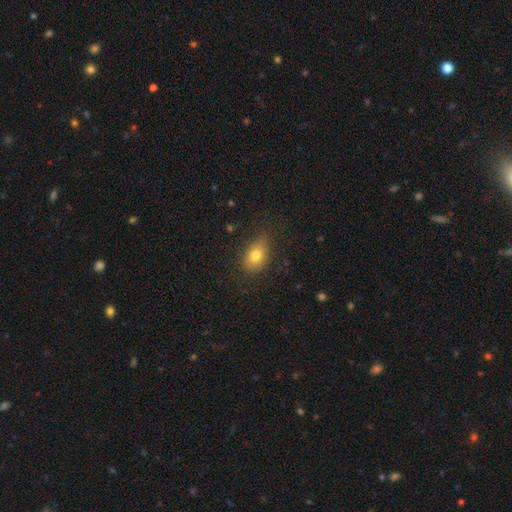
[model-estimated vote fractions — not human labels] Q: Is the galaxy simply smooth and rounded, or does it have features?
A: smooth — 77%.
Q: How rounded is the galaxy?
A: in between — 79%.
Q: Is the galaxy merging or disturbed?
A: none — 77%.